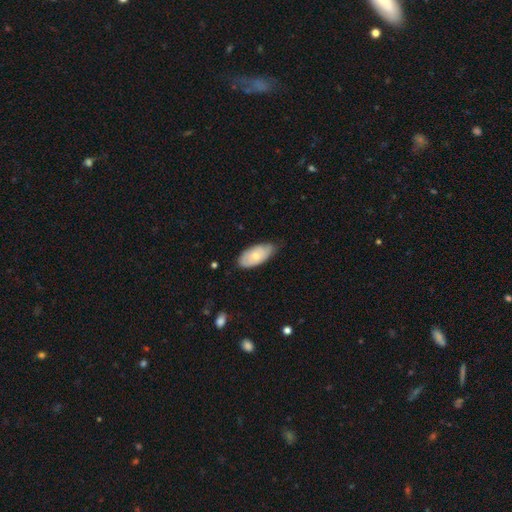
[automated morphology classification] A smooth galaxy with no disk features (68%) that is in between round and cigar-shaped (93%). Merging: none (63%).